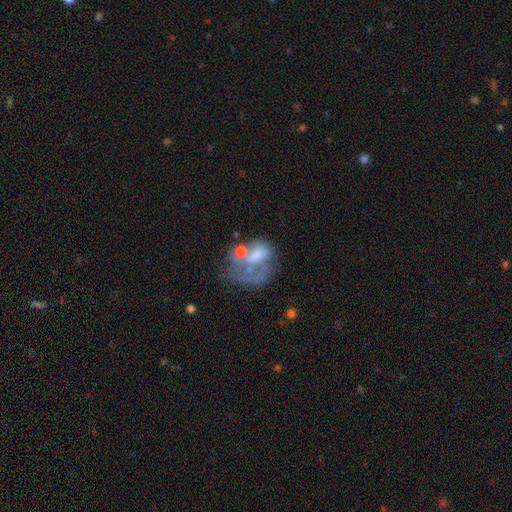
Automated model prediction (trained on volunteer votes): A featured or disk galaxy (53%) with no bar (78%), no spiral arms (78%) and a moderate central bulge (34%).

Vote fractions:
- Smooth or featured? featured or disk: 53% / smooth: 34% / star or artifact: 13%
- Edge-on disk? no: 97% / yes: 3%
- Bar? no: 78% / weak: 17% / strong: 5%
- Spiral arms? no: 78% / yes: 22%
- Bulge size? moderate: 34% / none: 32% / small: 25% / large: 7% / dominant: 2%
- Merging? major disturbance: 37% / none: 25% / merger: 22% / minor disturbance: 16%